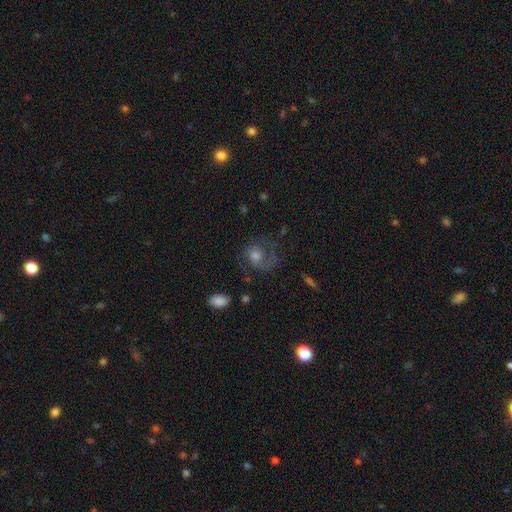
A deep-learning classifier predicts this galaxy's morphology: Smooth or featured? featured or disk (68%)
Edge-on disk? no (97%)
Bar? no (72%)
Spiral arms? yes (89%)
Spiral winding? medium (46%)
Spiral arm count? 2 (42%)
Bulge size? moderate (54%)
Merging? none (57%)